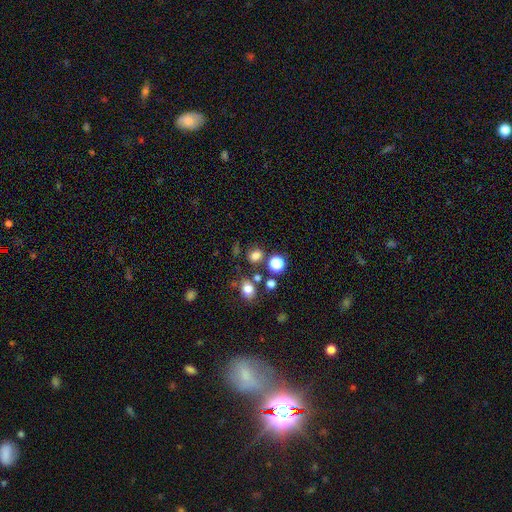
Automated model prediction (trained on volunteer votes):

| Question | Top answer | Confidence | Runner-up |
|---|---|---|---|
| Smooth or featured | smooth | 75% | star or artifact (19%) |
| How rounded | round | 59% | in between (40%) |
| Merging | none | 72% | merger (12%) |